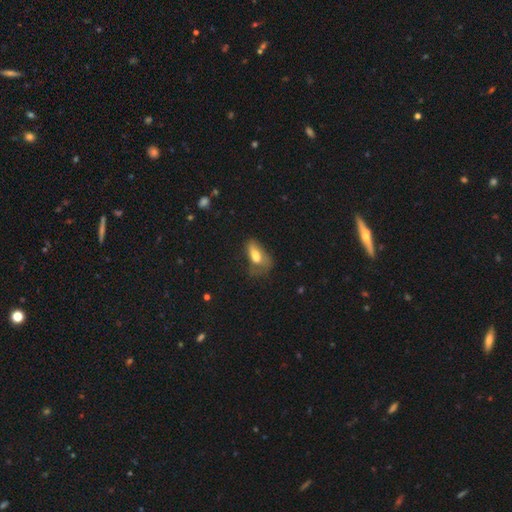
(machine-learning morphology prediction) A smooth galaxy with no disk features (66%) that is in between round and cigar-shaped (86%).

Vote fractions:
- Smooth or featured? smooth: 66% / featured or disk: 25% / star or artifact: 9%
- How rounded? in between: 86% / cigar-shaped: 8% / round: 6%
- Merging? major disturbance: 34% / minor disturbance: 31% / none: 31% / merger: 4%